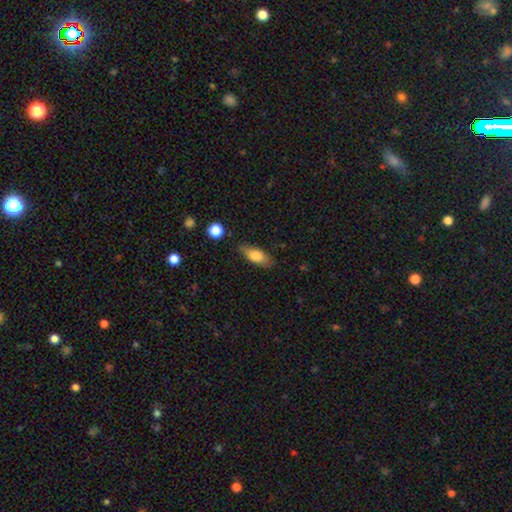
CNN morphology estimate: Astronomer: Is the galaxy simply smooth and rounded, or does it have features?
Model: smooth — 75%.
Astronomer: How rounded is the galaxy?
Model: in between — 75%.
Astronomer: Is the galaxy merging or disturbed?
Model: none — 78%.